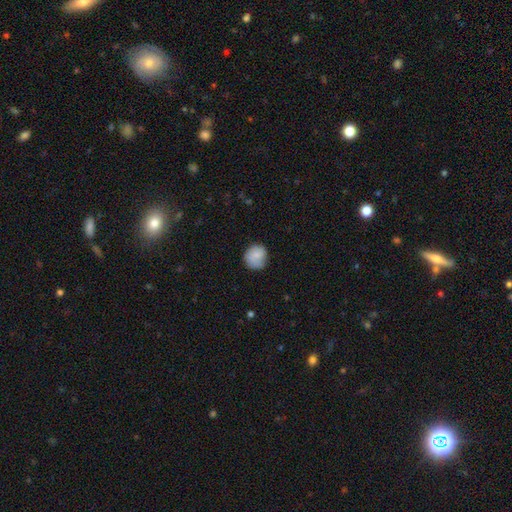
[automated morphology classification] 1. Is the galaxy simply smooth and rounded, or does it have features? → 81% smooth, 11% featured or disk, 7% star or artifact.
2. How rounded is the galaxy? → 85% round, 14% in between, 1% cigar-shaped.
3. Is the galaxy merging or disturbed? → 70% none, 24% minor disturbance, 5% major disturbance, 2% merger.